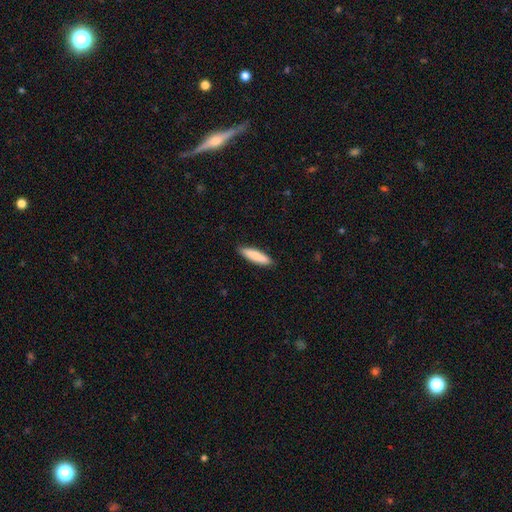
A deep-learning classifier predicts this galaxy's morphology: The model was most divided on "how rounded": cigar-shaped: 72%, in between: 26%, round: 1%. More confident: merging — none (88%); smooth or featured — smooth (85%).